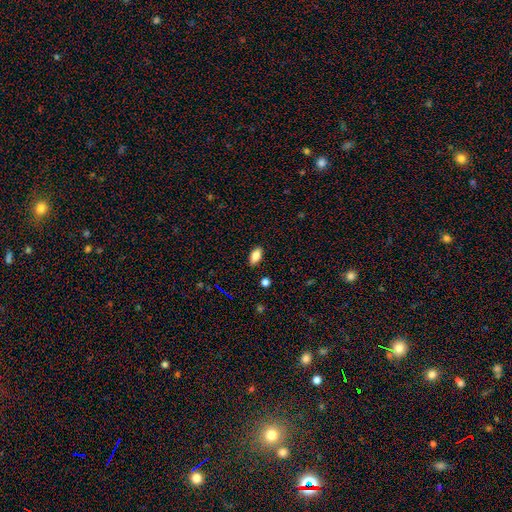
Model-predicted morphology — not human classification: type=smooth (82%); roundness=in between (89%); merging=none (87%).